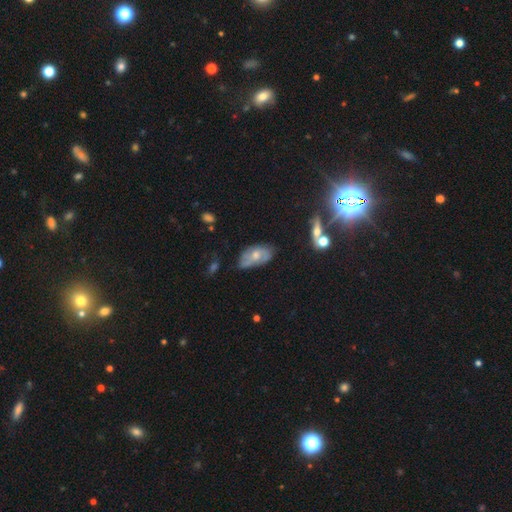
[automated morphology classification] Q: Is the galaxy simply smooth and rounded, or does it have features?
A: featured or disk — 47%.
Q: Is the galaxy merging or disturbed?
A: none — 52%.